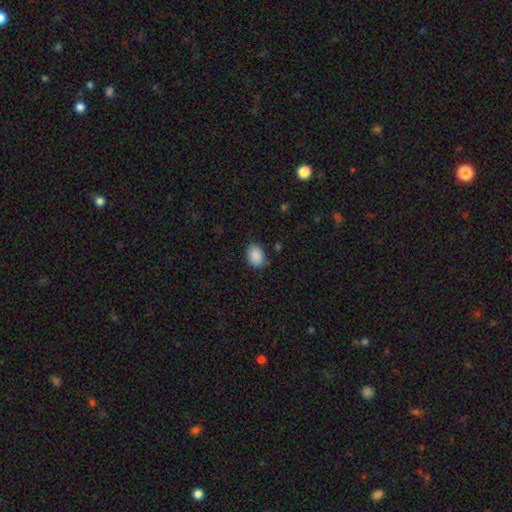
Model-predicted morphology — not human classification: Smooth or featured?
  - smooth: 89% *
  - star or artifact: 8%
  - featured or disk: 4%
How rounded?
  - in between: 64% *
  - round: 36%
  - cigar-shaped: 1%
Merging?
  - none: 78% *
  - minor disturbance: 17%
  - major disturbance: 3%
  - merger: 1%